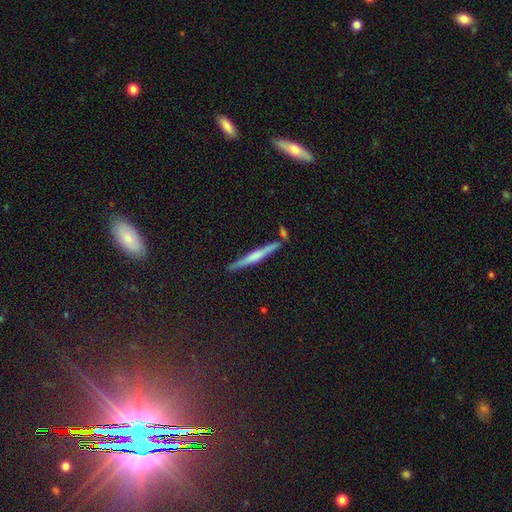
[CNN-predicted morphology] A featured or disk galaxy (51%) viewed edge-on (97%). Merging: none (85%).